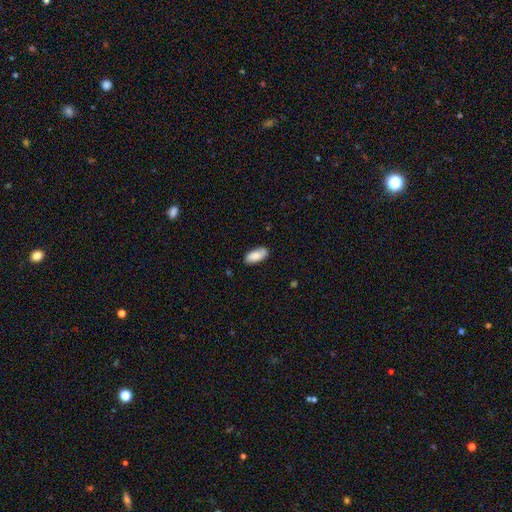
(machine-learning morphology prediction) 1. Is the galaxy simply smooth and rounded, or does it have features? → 82% smooth, 12% featured or disk, 6% star or artifact.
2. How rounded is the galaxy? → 89% in between, 9% cigar-shaped, 2% round.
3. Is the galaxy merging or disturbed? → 80% none, 16% minor disturbance, 3% major disturbance, 1% merger.